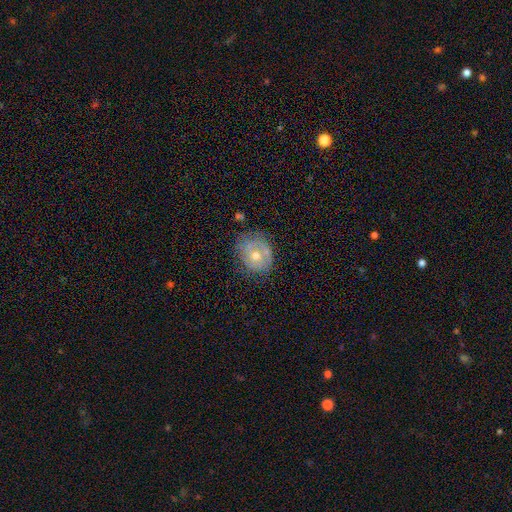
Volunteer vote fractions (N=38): Smooth or featured? 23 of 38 (61%) said featured or disk. Edge-on disk? 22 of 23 (96%) said no. Bar? 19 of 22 (86%) said no. Spiral arms? 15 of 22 (68%) said no. Bulge size? 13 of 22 (59%) said moderate. Merging? 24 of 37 (65%) said none.